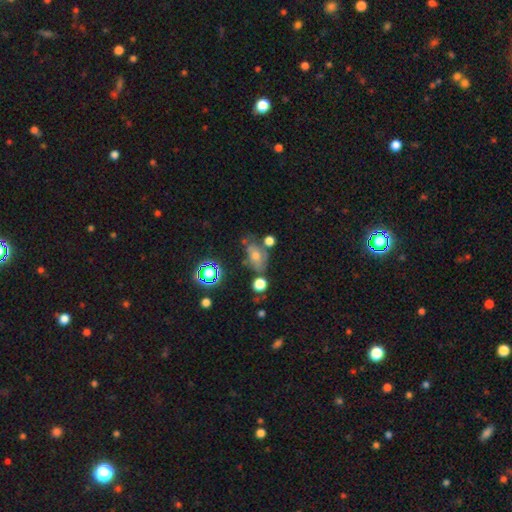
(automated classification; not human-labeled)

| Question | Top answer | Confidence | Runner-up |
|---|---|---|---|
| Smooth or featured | smooth | 47% | featured or disk (28%) |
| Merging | none | 51% | minor disturbance (23%) |